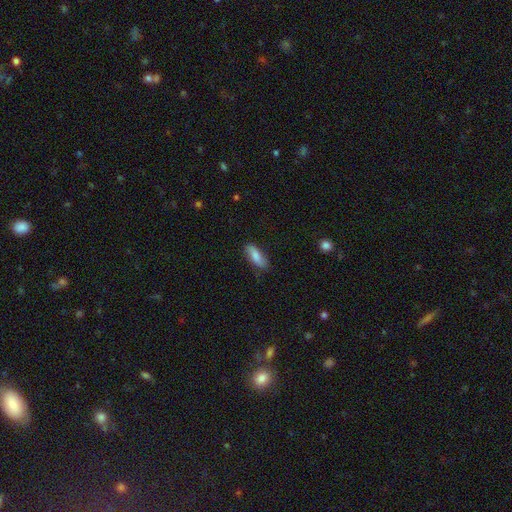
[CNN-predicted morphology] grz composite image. It shows a smooth galaxy with no disk features (74%) that is in between round and cigar-shaped (68%). Merging: none (78%).